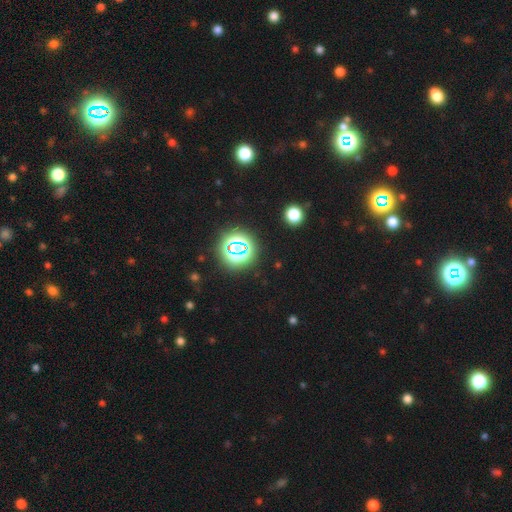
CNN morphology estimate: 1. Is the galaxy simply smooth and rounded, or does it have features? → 66% star or artifact, 28% smooth, 6% featured or disk.